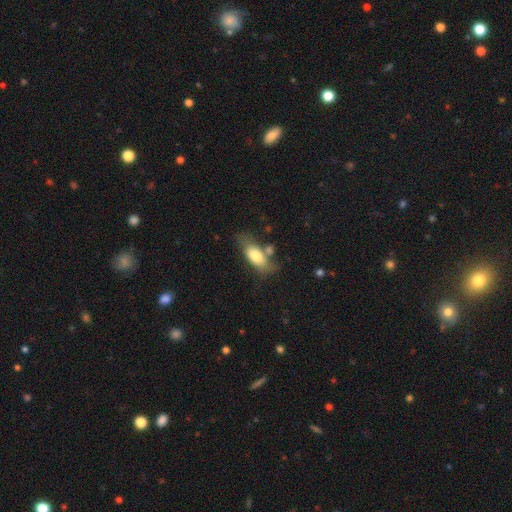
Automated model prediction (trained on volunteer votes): smooth_or_featured: smooth (p=0.74) [alt: featured or disk p=0.20]
how_rounded: in between (p=0.82) [alt: cigar-shaped p=0.14]
merging: none (p=0.53) [alt: minor disturbance p=0.23]